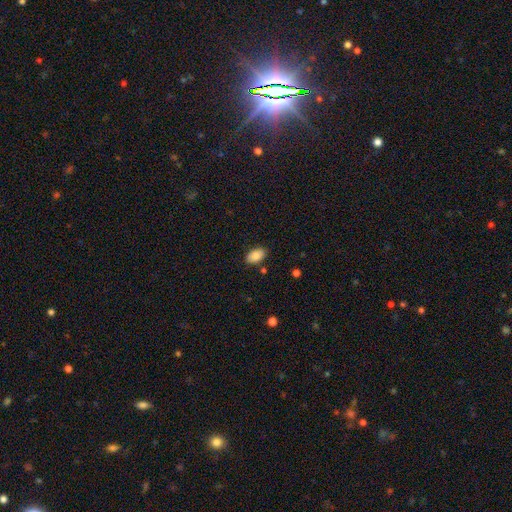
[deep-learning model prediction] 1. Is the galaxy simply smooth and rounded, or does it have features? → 87% smooth, 7% star or artifact, 6% featured or disk.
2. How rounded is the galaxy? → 94% in between, 5% round, 2% cigar-shaped.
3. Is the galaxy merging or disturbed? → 85% none, 10% minor disturbance, 2% major disturbance, 2% merger.